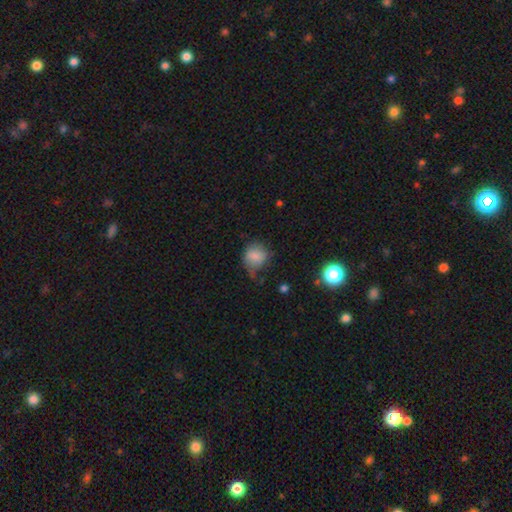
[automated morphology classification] Smooth or featured? smooth (79%)
How rounded? round (68%)
Merging? none (46%)